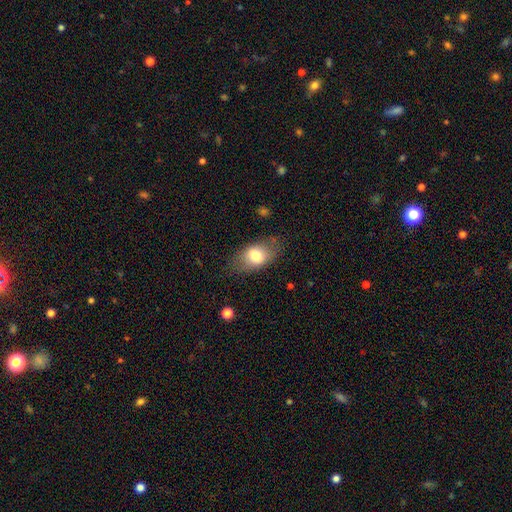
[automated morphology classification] type=smooth (74%); roundness=in between (86%); merging=none (75%).